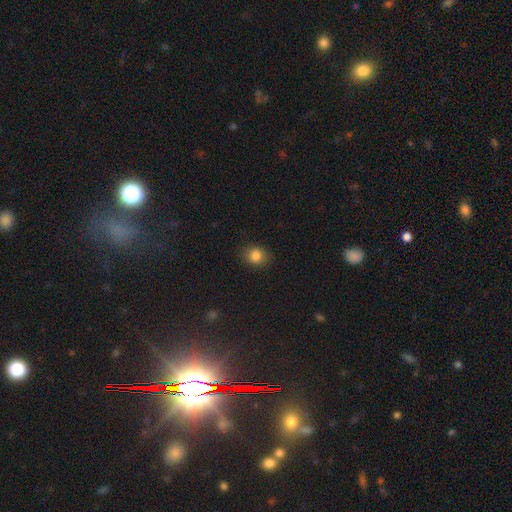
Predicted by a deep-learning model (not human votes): The model was most divided on "how rounded": round: 63%, in between: 36%, cigar-shaped: 1%. More confident: merging — none (84%); smooth or featured — smooth (83%).